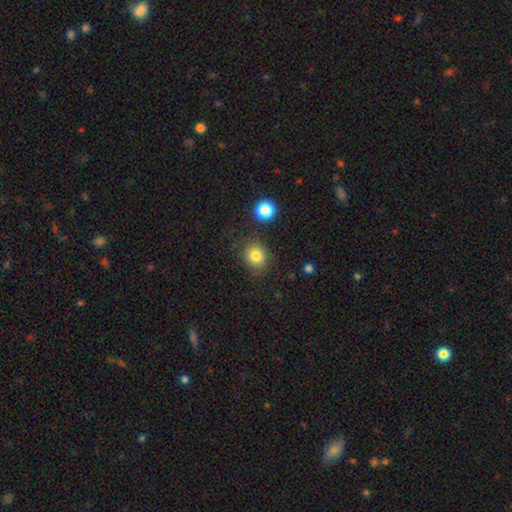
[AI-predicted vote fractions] Smooth or featured: smooth — 81% (star or artifact — 12%)
How rounded: round — 74% (in between — 25%)
Merging: none — 79% (minor disturbance — 11%)